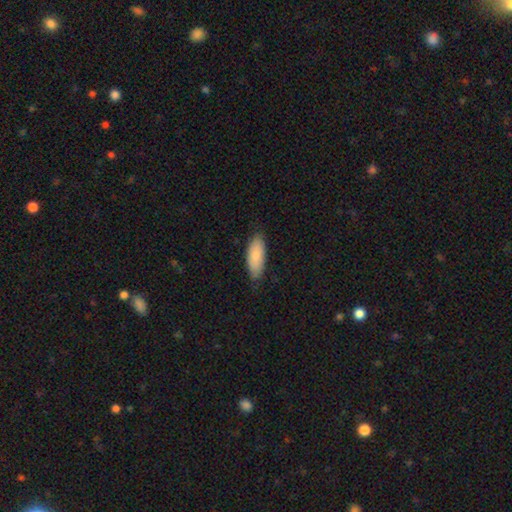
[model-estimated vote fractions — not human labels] Smooth or featured? smooth (81%)
How rounded? in between (79%)
Merging? none (79%)